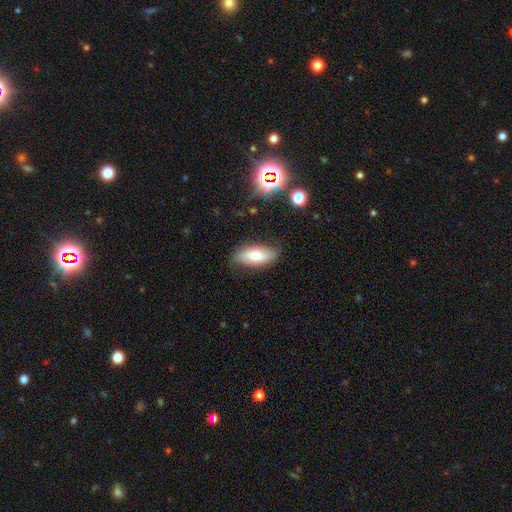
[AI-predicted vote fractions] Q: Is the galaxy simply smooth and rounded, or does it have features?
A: smooth — 67%.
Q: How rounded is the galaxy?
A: in between — 88%.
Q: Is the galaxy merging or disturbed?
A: none — 74%.